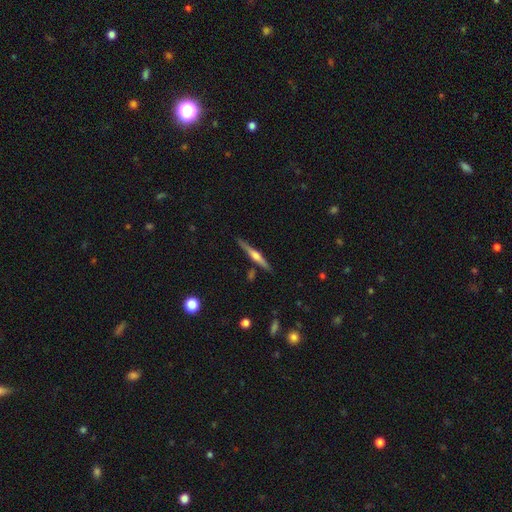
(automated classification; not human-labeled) The model was most divided on "smooth or featured": featured or disk: 73%, smooth: 21%, star or artifact: 6%. More confident: edge-on disk — yes (98%); merging — none (88%); edge-on bulge — rounded (87%).